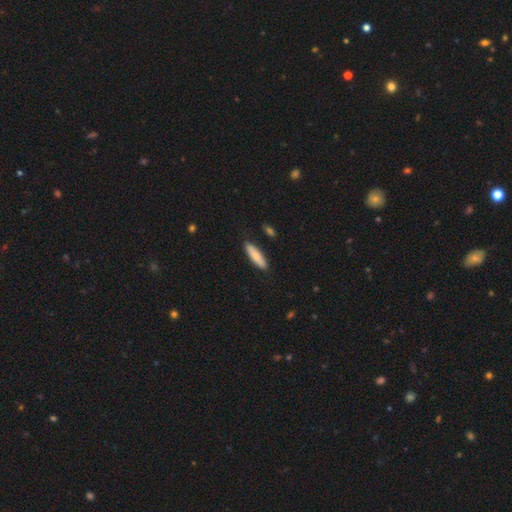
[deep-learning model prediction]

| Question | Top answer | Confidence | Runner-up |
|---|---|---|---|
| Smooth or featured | smooth | 76% | featured or disk (19%) |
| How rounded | cigar-shaped | 70% | in between (28%) |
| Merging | none | 86% | minor disturbance (10%) |